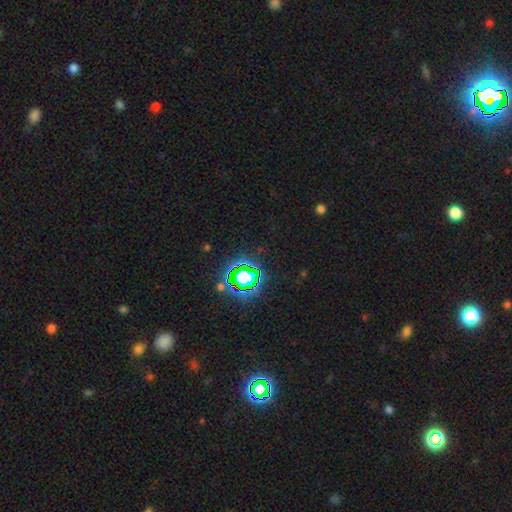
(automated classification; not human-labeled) The model was most divided on "smooth or featured": star or artifact: 79%, smooth: 14%, featured or disk: 7%.